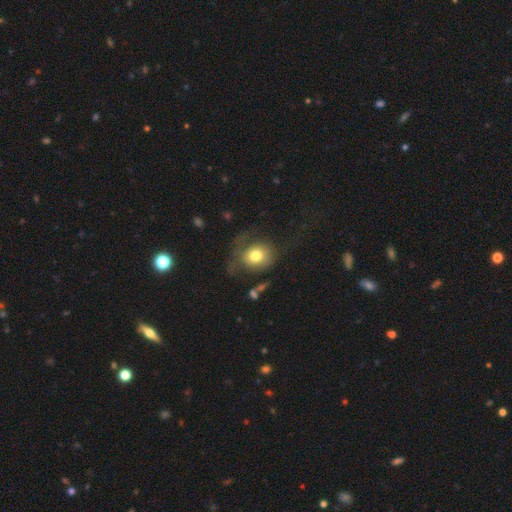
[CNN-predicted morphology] A smooth galaxy with no disk features (71%) that is round (70%). Merging: none (39%).